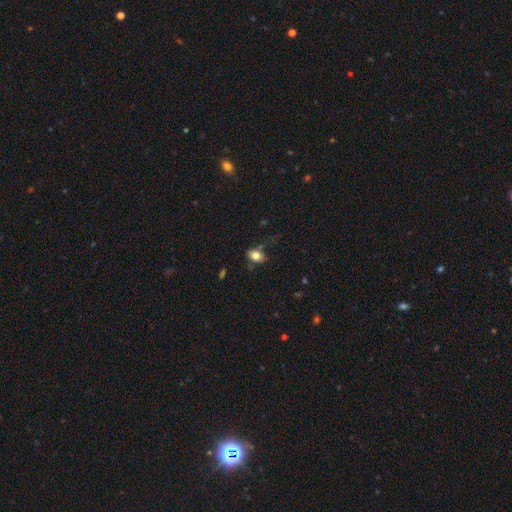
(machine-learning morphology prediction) Overall: smooth (77%). How rounded: in between (72%). Merging: none (63%; minor disturbance 25%).